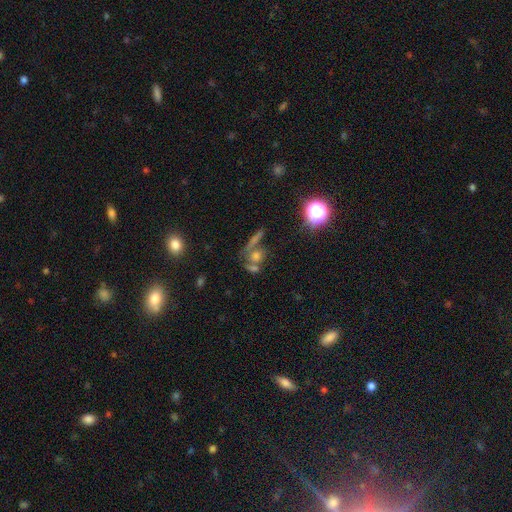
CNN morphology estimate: A smooth galaxy with no disk features (49%). Merging: none (44%).